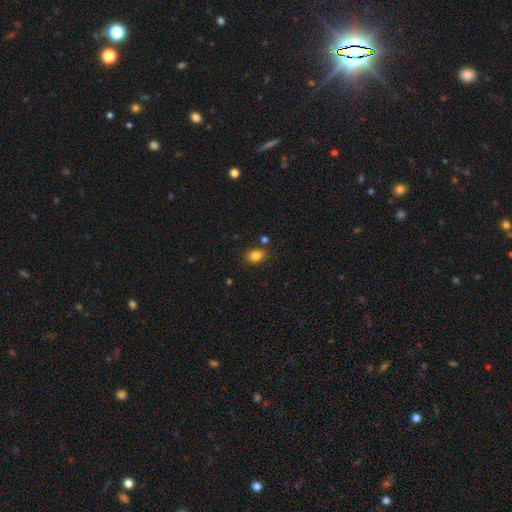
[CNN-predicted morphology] A smooth galaxy with no disk features (84%) that is in between round and cigar-shaped (63%). Merging: none (82%).